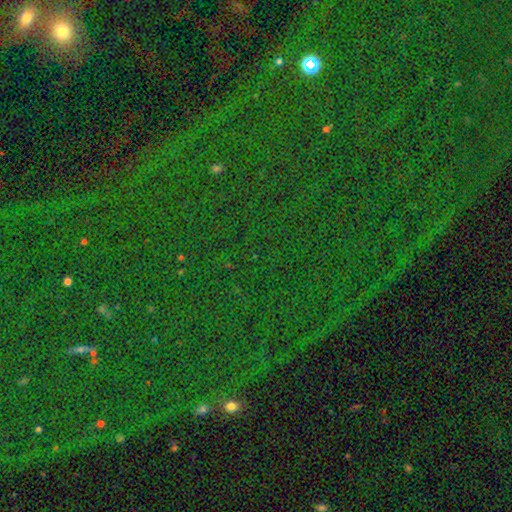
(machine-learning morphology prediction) This appears to be a star or artifact, not a galaxy (83%).